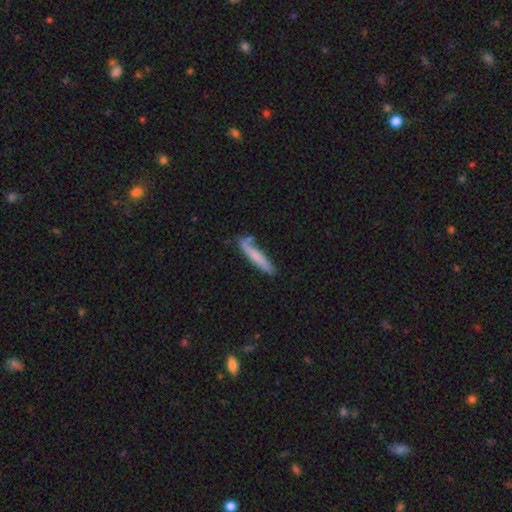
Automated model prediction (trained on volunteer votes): Overall: smooth (69%). How rounded: cigar-shaped (93%). Merging: none (72%).